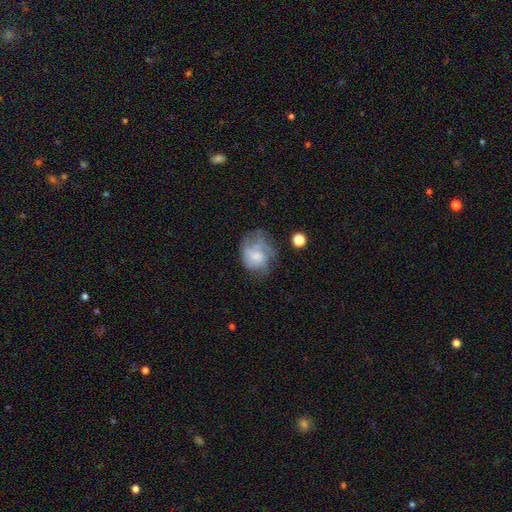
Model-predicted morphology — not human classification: smooth_or_featured: smooth (p=0.48) [alt: featured or disk p=0.42]
merging: none (p=0.39) [alt: major disturbance p=0.30]